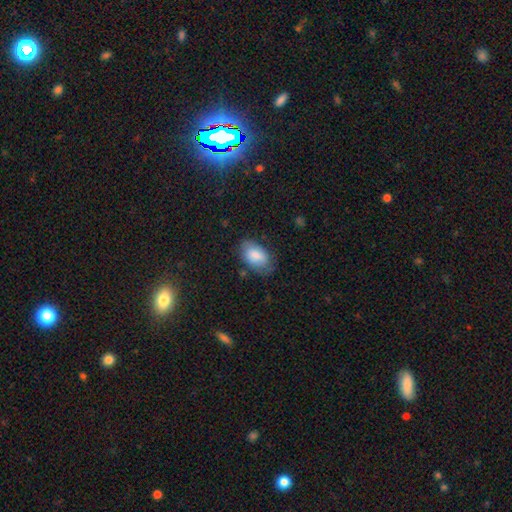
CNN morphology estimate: Q: Smooth or featured?
A: smooth (78%); runner-up: featured or disk (15%)
Q: How rounded?
A: in between (92%); runner-up: round (7%)
Q: Merging?
A: none (67%); runner-up: minor disturbance (24%)